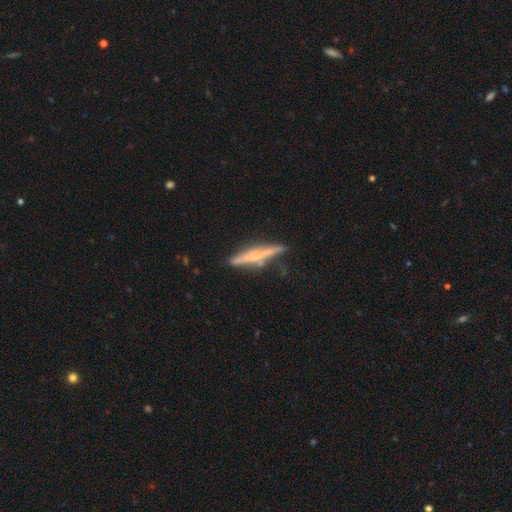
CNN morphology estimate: This appears to be a featured or disk galaxy (64%) viewed edge-on (96%) with a rounded central bulge (49%). Merging: none (75%).